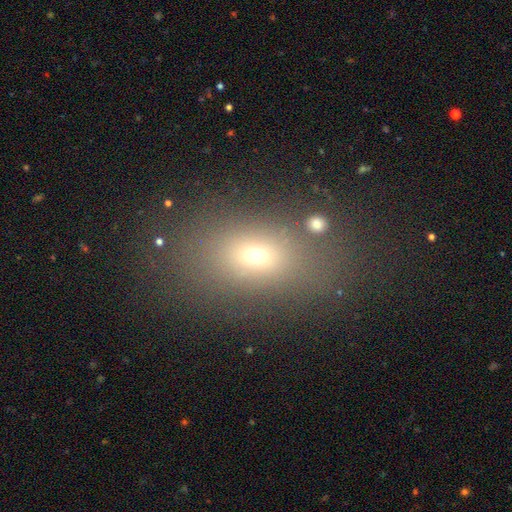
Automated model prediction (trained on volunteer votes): Morphology: type=smooth (62%); roundness=in between (68%); merging=none (74%).